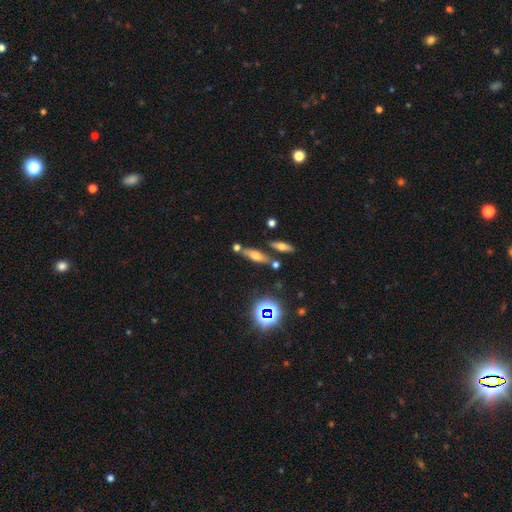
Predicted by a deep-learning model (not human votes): Morphology: type=smooth (49%); merging=none (67%).